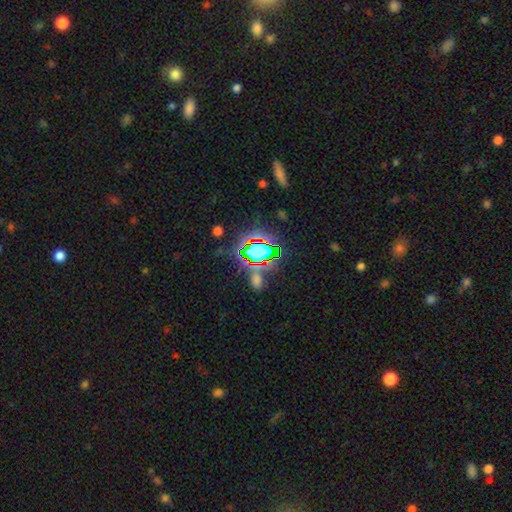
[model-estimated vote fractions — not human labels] A star or artifact, not a galaxy (70%).

Vote fractions:
- Smooth or featured? star or artifact: 70% / smooth: 19% / featured or disk: 10%